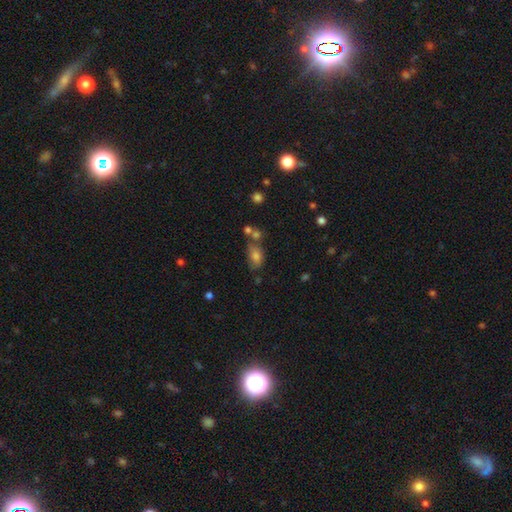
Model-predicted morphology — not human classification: Smooth or featured? smooth (71%)
How rounded? in between (84%)
Merging? none (49%)